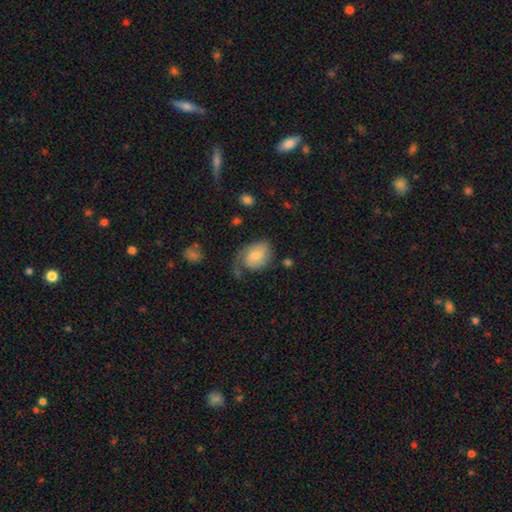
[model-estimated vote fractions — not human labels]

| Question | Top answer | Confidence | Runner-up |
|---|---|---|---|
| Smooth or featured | smooth | 70% | featured or disk (23%) |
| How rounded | in between | 71% | round (28%) |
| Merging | none | 44% | minor disturbance (29%) |